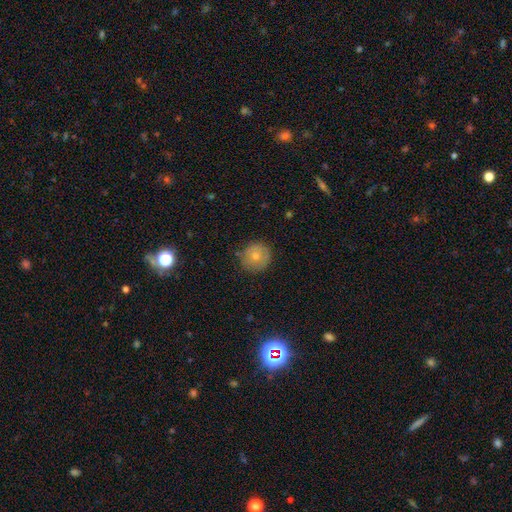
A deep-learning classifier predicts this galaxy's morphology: Smooth or featured?
  - smooth: 72% *
  - featured or disk: 19%
  - star or artifact: 8%
How rounded?
  - round: 93% *
  - in between: 6%
  - cigar-shaped: 1%
Merging?
  - none: 82% *
  - minor disturbance: 14%
  - major disturbance: 3%
  - merger: 1%